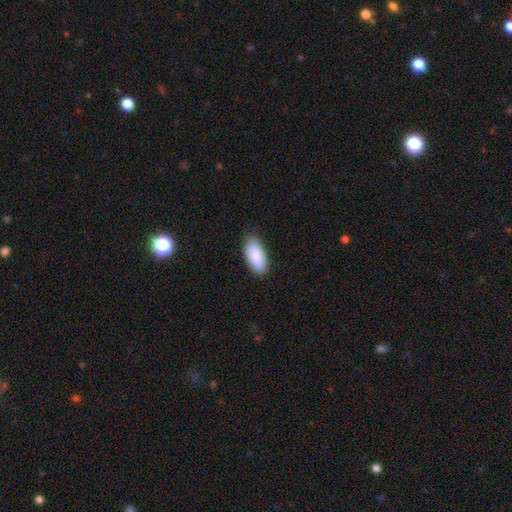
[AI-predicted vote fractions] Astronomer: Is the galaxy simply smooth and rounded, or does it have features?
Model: smooth — 89%.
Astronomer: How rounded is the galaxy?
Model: in between — 92%.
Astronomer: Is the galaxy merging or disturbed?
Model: none — 85%.